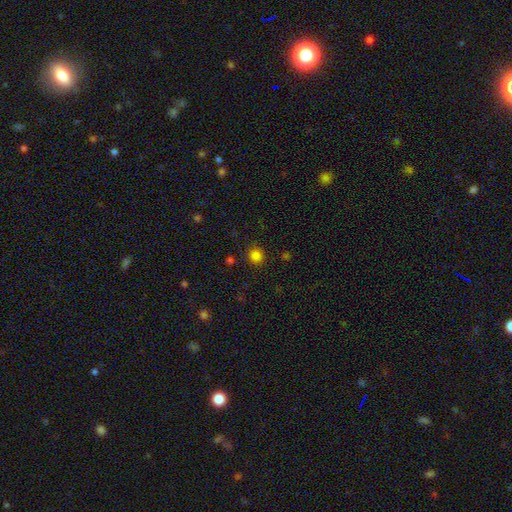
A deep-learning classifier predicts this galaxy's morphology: Q: Smooth or featured?
A: smooth (82%); runner-up: star or artifact (15%)
Q: How rounded?
A: round (91%); runner-up: in between (8%)
Q: Merging?
A: none (90%); runner-up: minor disturbance (7%)